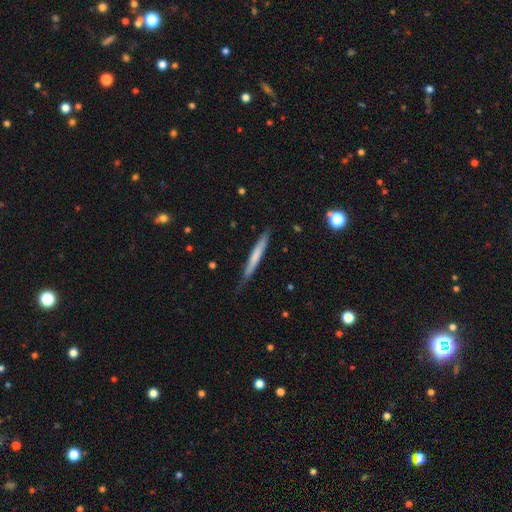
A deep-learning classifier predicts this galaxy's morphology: This is possibly a smooth galaxy (59%). How rounded: clearly cigar-shaped (96%). Merging: likely none (75%).